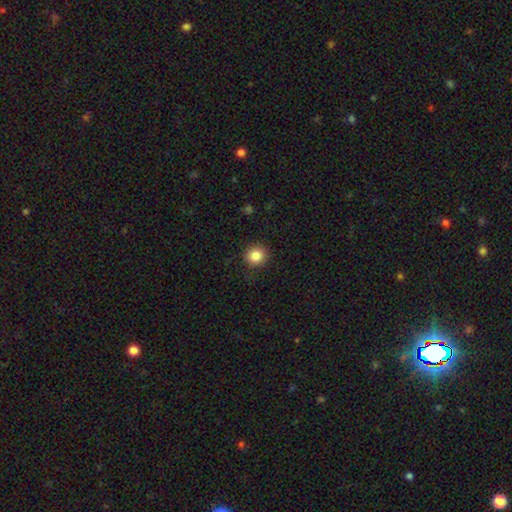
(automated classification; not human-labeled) Overall: smooth (84%). How rounded: round (91%). Merging: none (88%).